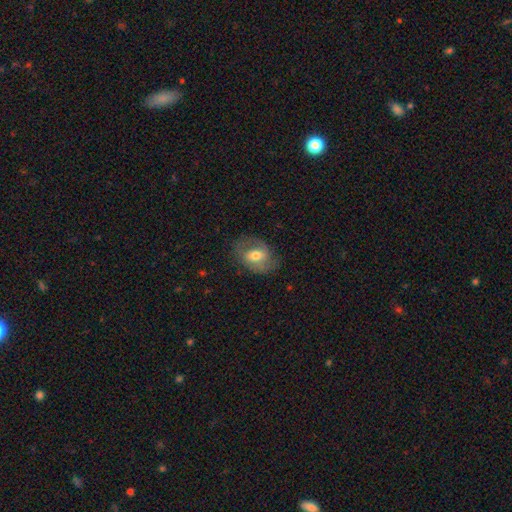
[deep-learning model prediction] Smooth or featured?
  - featured or disk: 53% *
  - smooth: 40%
  - star or artifact: 7%
Edge-on disk?
  - no: 94% *
  - yes: 6%
Bar?
  - weak: 44% *
  - no: 33%
  - strong: 23%
Spiral arms?
  - yes: 70% *
  - no: 30%
Bulge size?
  - moderate: 69% *
  - small: 18%
  - large: 11%
  - none: 1%
  - dominant: 1%
Merging?
  - none: 70% *
  - minor disturbance: 19%
  - major disturbance: 10%
  - merger: 1%